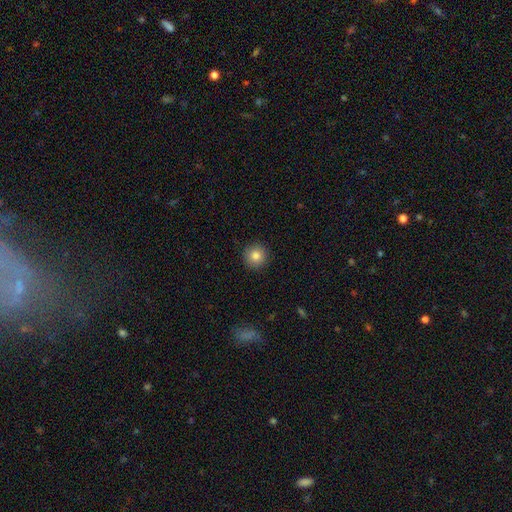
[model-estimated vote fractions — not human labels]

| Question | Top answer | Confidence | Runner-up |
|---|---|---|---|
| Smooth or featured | smooth | 83% | star or artifact (10%) |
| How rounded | round | 95% | in between (4%) |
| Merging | none | 92% | minor disturbance (5%) |